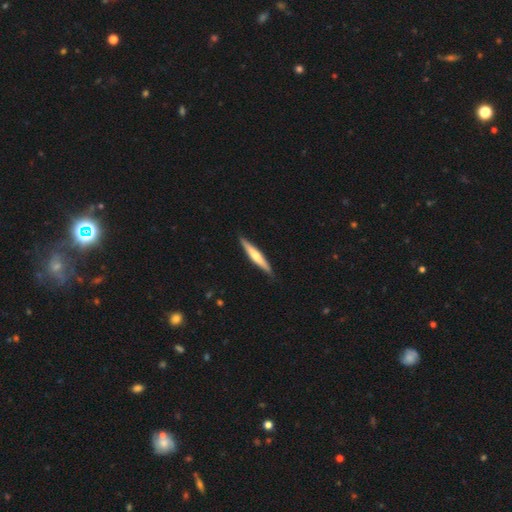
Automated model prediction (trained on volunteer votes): smooth-or-featured: featured or disk: 49% | smooth: 46% | star or artifact: 5%
  merging: none: 89% | minor disturbance: 8% | major disturbance: 1% | merger: 1%